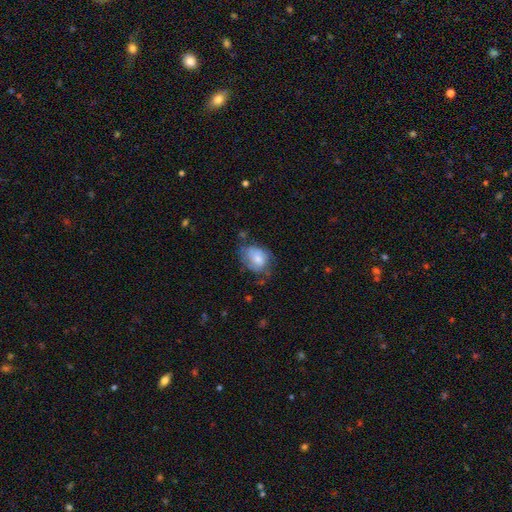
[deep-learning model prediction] smooth_or_featured: smooth (p=0.64) [alt: featured or disk p=0.27]
how_rounded: in between (p=0.60) [alt: round p=0.38]
merging: none (p=0.43) [alt: minor disturbance p=0.34]